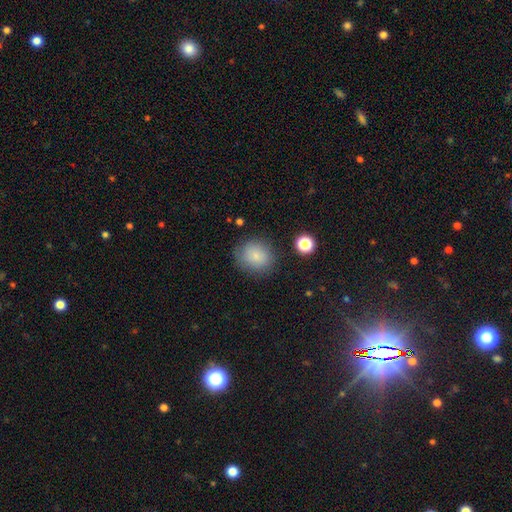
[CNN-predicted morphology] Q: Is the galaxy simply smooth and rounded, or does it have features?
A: smooth — 82%.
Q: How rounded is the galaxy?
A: round — 78%.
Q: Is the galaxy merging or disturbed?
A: none — 80%.